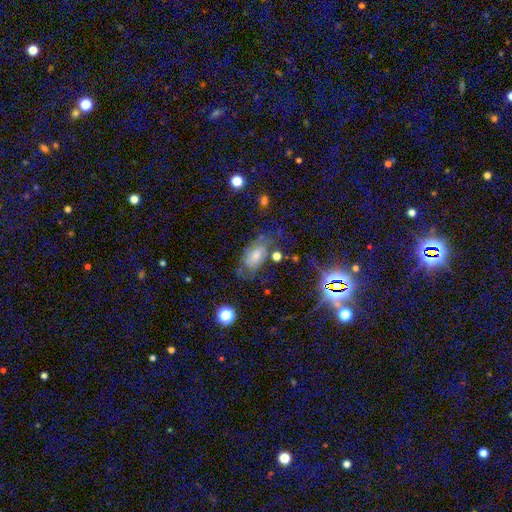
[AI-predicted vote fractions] A featured or disk galaxy (51%).

Vote fractions:
- Smooth or featured? featured or disk: 51% / smooth: 37% / star or artifact: 12%
- Edge-on disk? no: 94% / yes: 6%
- Merging? none: 46% / minor disturbance: 26% / major disturbance: 23% / merger: 5%